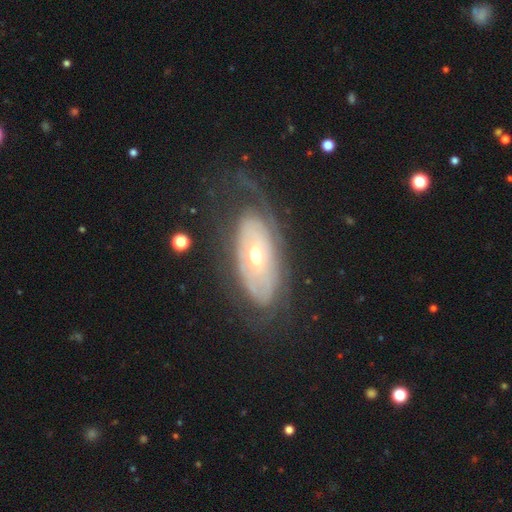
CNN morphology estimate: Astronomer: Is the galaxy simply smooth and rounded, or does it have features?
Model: featured or disk — 73%.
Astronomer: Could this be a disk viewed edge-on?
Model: no — 89%.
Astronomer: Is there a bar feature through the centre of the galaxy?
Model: no — 82%.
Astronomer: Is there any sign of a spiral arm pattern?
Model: yes — 58% (runner-up: no, 42%).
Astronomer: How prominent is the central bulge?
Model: moderate — 61%.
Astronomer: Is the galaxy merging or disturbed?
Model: none — 58%.